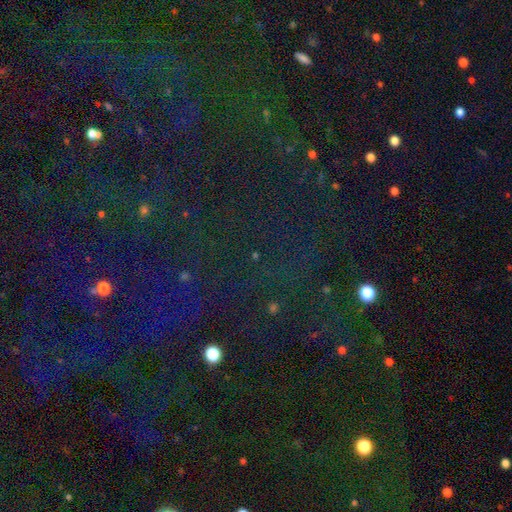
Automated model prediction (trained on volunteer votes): Smooth or featured? Predicted: star or artifact (p=0.74).